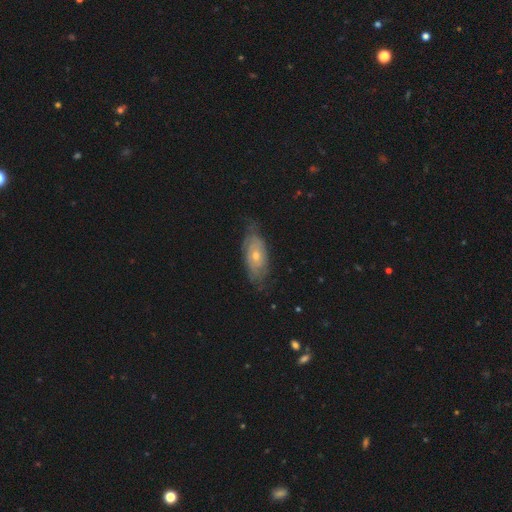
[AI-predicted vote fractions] The model was most divided on "bulge size": small: 54%, moderate: 42%, large: 2%, none: 1%, dominant: 1%. More confident: edge-on disk — no (85%); bar — no (82%); spiral arms — yes (70%); merging — none (69%); smooth or featured — featured or disk (59%).